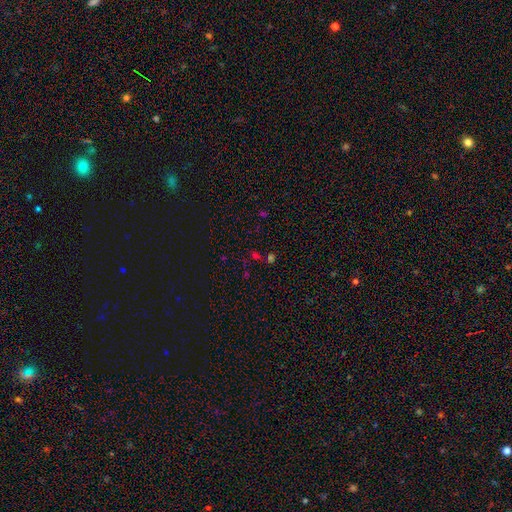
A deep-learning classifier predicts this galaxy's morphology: The model was most divided on "smooth or featured": smooth: 49%, star or artifact: 44%, featured or disk: 8%. More confident: merging — none (54%).